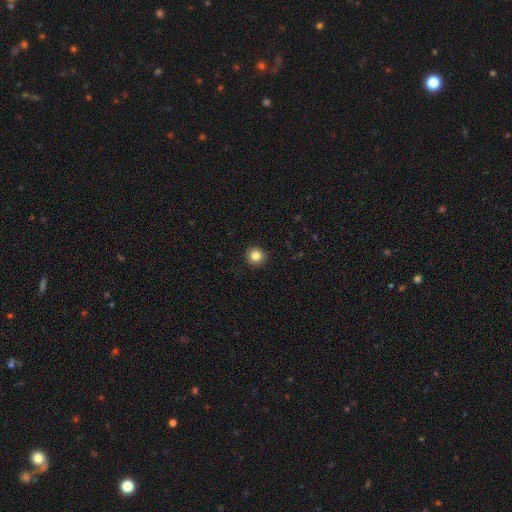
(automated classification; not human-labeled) Morphology: type=smooth (83%); roundness=round (95%); merging=none (93%).